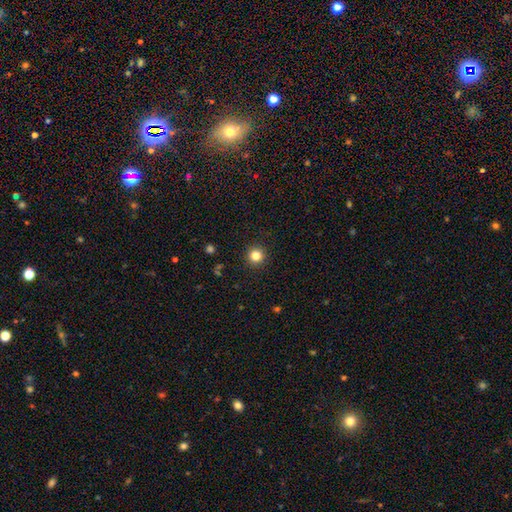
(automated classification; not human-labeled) Overall: smooth (82%). How rounded: round (96%). Merging: none (93%).